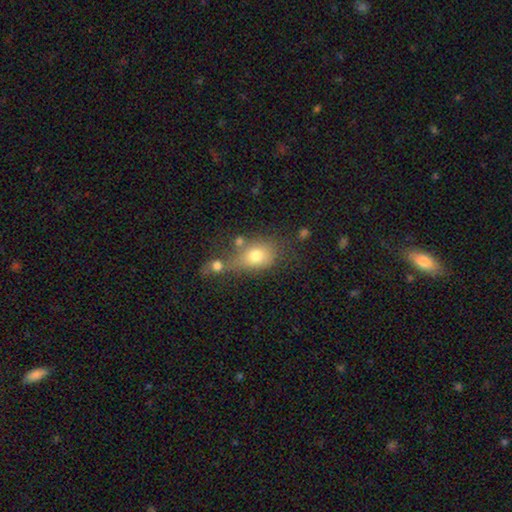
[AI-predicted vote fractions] Smooth or featured: smooth — 74% (featured or disk — 15%)
How rounded: in between — 60% (round — 38%)
Merging: merger — 39% (none — 34%)